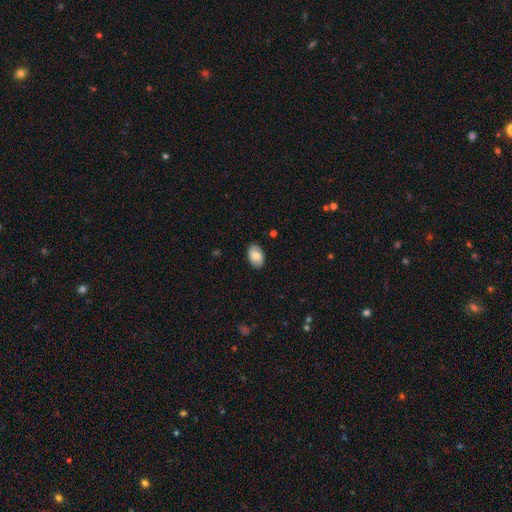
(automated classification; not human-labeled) Overall: smooth (69%). How rounded: in between (90%). Merging: none (86%).